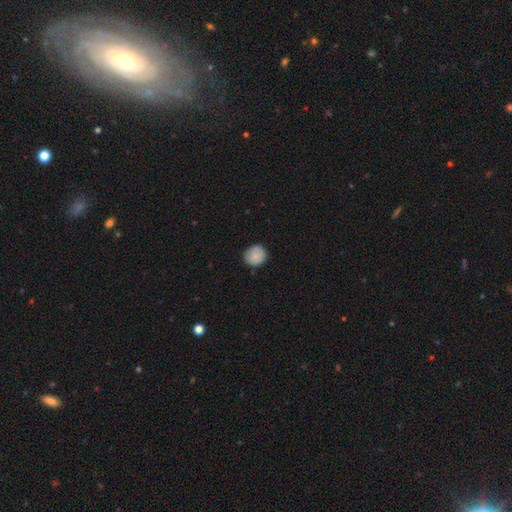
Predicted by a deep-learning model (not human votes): This appears to be a smooth galaxy with no disk features (87%) that is round (85%). Merging: none (83%).